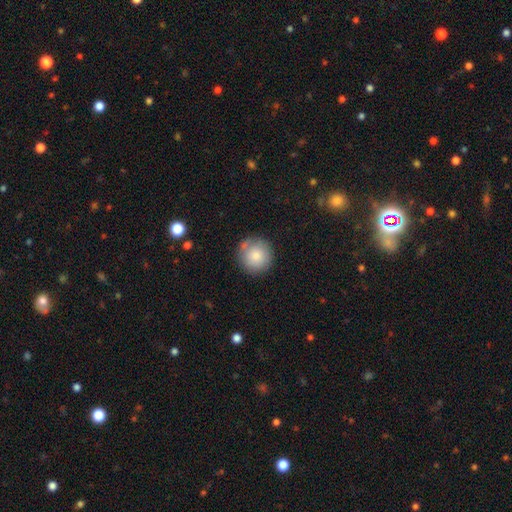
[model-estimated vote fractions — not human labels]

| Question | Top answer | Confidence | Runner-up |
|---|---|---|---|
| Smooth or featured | smooth | 81% | featured or disk (12%) |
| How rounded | round | 95% | in between (4%) |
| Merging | none | 79% | minor disturbance (14%) |